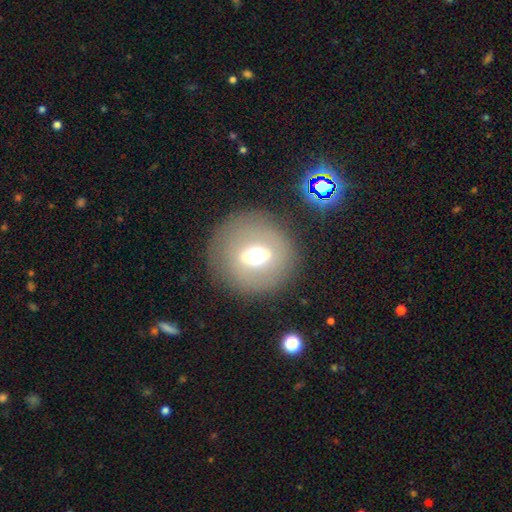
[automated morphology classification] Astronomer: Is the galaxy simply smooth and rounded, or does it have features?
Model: featured or disk — 48% (runner-up: smooth, 41%).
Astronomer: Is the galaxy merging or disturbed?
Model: none — 81%.